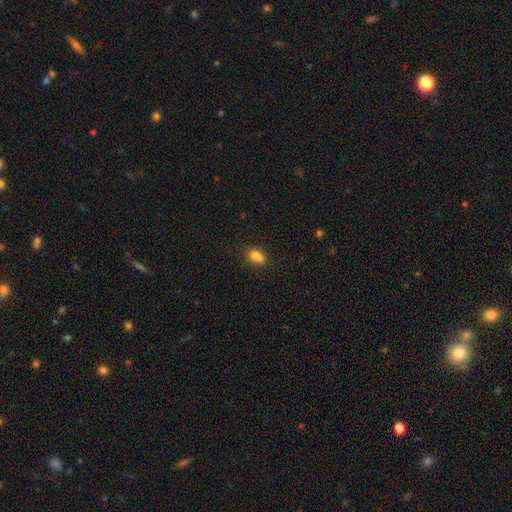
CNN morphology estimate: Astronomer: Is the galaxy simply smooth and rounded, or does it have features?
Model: smooth — 75%.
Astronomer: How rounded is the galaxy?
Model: in between — 58% (runner-up: round, 40%).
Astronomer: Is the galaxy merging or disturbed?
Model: none — 41% (runner-up: merger, 38%).